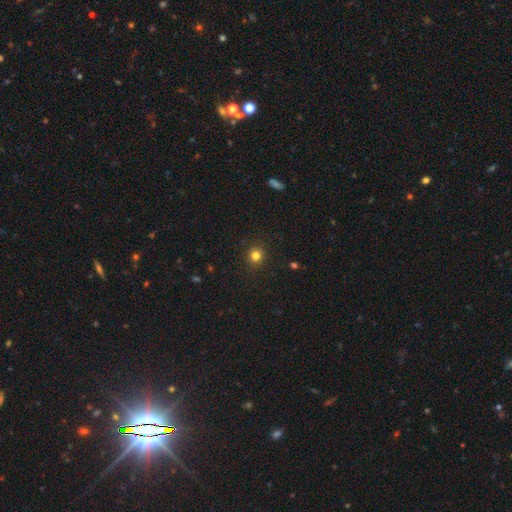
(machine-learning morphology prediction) smooth-or-featured: smooth: 81% | star or artifact: 14% | featured or disk: 5%
  how-rounded: round: 90% | in between: 9% | cigar-shaped: 1%
  merging: none: 91% | minor disturbance: 6% | major disturbance: 2% | merger: 1%